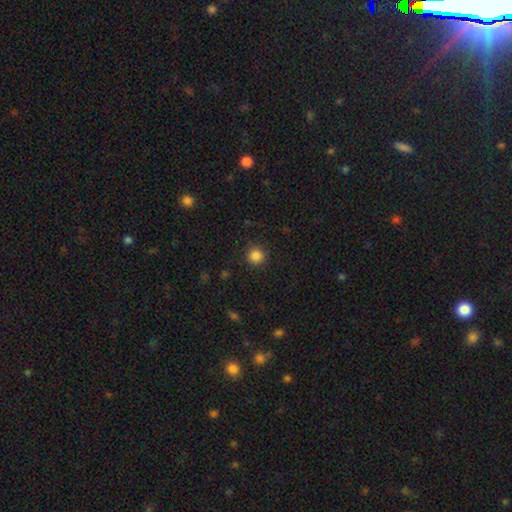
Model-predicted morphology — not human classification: Q: Smooth or featured?
A: smooth (85%); runner-up: star or artifact (11%)
Q: How rounded?
A: round (95%); runner-up: in between (4%)
Q: Merging?
A: none (90%); runner-up: minor disturbance (6%)